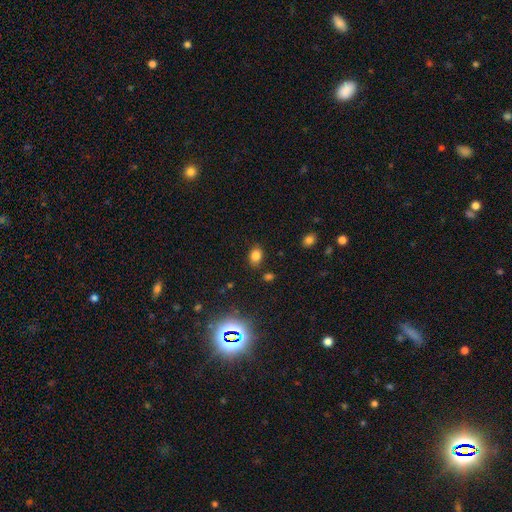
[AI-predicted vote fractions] A smooth galaxy with no disk features (80%) that is in between round and cigar-shaped (65%).

Vote fractions:
- Smooth or featured? smooth: 80% / star or artifact: 14% / featured or disk: 6%
- How rounded? in between: 65% / round: 34% / cigar-shaped: 1%
- Merging? none: 82% / minor disturbance: 12% / major disturbance: 3% / merger: 3%